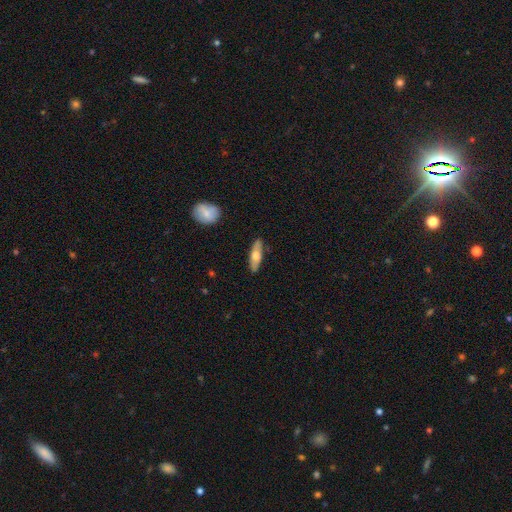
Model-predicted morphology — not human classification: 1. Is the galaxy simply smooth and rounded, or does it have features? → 58% smooth, 37% featured or disk, 5% star or artifact.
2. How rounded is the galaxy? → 57% cigar-shaped, 40% in between, 3% round.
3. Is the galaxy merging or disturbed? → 86% none, 11% minor disturbance, 2% major disturbance, 2% merger.